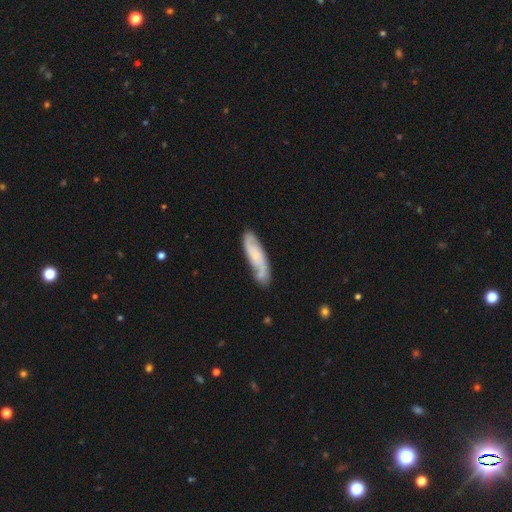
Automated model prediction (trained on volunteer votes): Smooth or featured? featured or disk (60%)
Edge-on disk? no (80%)
Merging? none (69%)